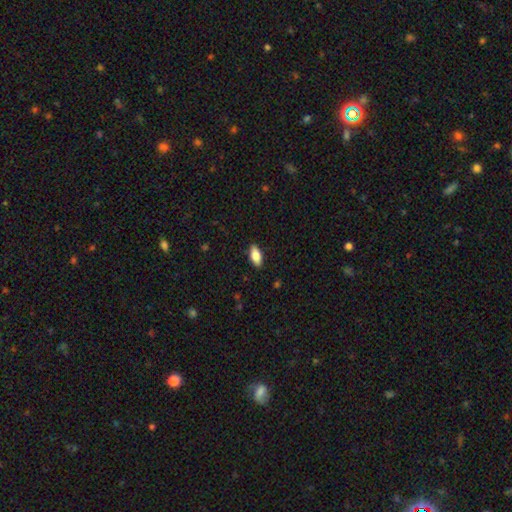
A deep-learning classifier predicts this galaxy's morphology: Smooth or featured? Predicted: smooth (p=0.79). How rounded? Predicted: in between (p=0.86). Merging? Predicted: none (p=0.88).